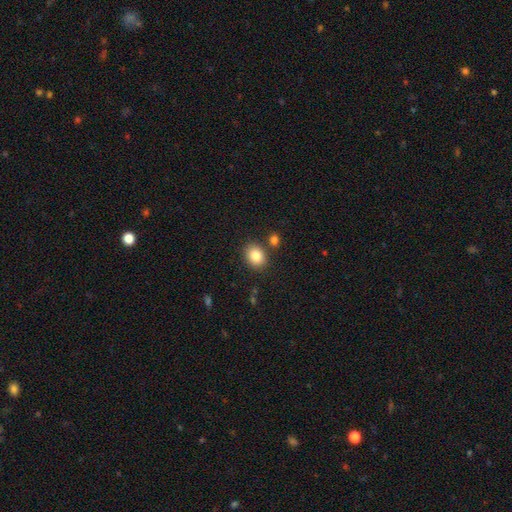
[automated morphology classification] Smooth or featured? Predicted: smooth (p=0.84). How rounded? Predicted: in between (p=0.50). Merging? Predicted: none (p=0.82).